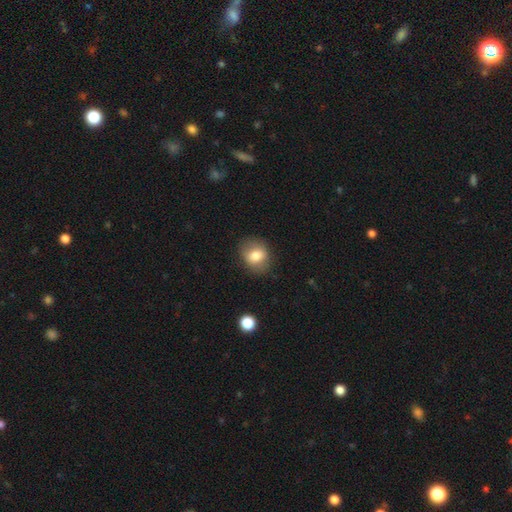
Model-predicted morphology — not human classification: smooth-or-featured: smooth: 75% | featured or disk: 16% | star or artifact: 9%
  how-rounded: round: 55% | in between: 44% | cigar-shaped: 1%
  merging: none: 82% | minor disturbance: 13% | major disturbance: 4% | merger: 1%